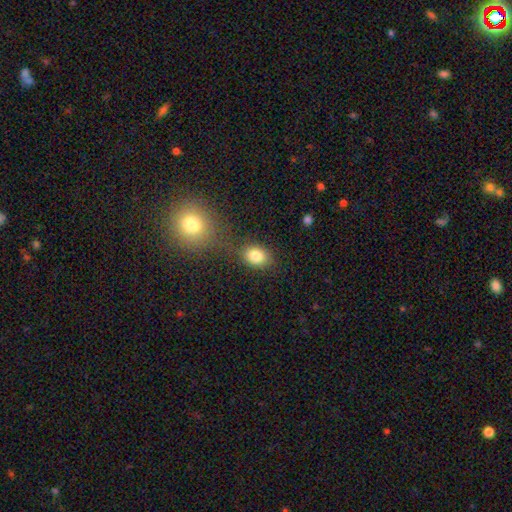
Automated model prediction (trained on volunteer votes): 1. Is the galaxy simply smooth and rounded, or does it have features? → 83% smooth, 10% star or artifact, 7% featured or disk.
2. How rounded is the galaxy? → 62% in between, 37% round, 1% cigar-shaped.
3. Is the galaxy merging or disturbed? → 75% none, 12% minor disturbance, 9% merger, 4% major disturbance.